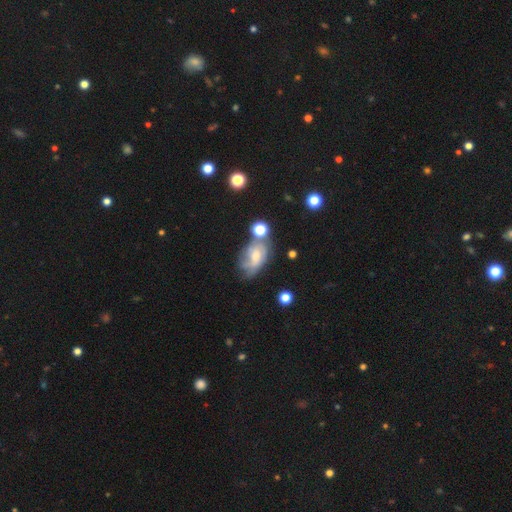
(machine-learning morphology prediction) A featured or disk galaxy (58%) with no bar (64%), spiral arms (77%) and a small central bulge (42%). Merging: none (38%).